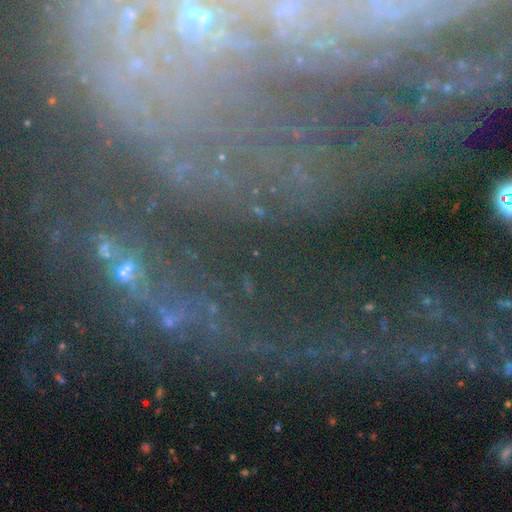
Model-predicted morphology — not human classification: A featured or disk galaxy (58%) with no bar (44%), spiral arms (85%) and a small central bulge (59%).

Vote fractions:
- Smooth or featured? featured or disk: 58% / star or artifact: 30% / smooth: 12%
- Edge-on disk? no: 89% / yes: 11%
- Bar? no: 44% / weak: 29% / strong: 26%
- Spiral arms? yes: 85% / no: 15%
- Bulge size? small: 59% / moderate: 22% / none: 10% / large: 5% / dominant: 4%
- Merging? none: 60% / major disturbance: 18% / minor disturbance: 16% / merger: 7%